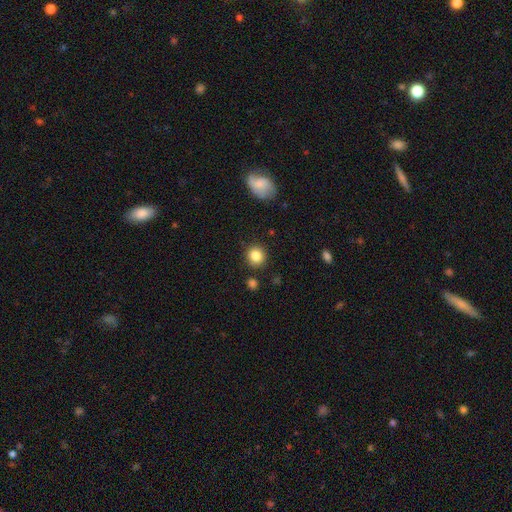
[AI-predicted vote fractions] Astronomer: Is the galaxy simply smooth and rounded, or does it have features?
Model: smooth — 85%.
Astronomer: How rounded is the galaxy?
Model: round — 89%.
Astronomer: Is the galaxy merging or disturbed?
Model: none — 87%.